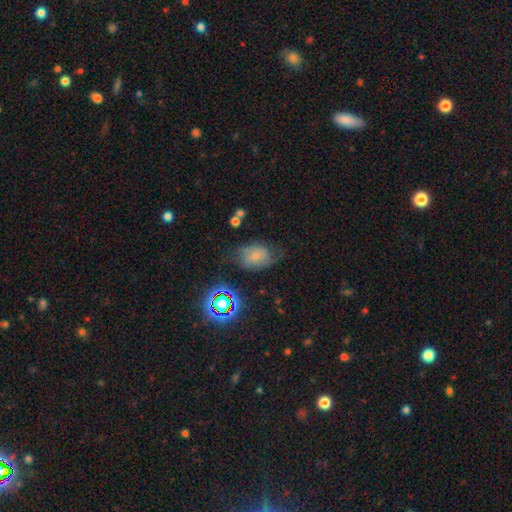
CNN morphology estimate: smooth-or-featured: smooth: 47% | featured or disk: 36% | star or artifact: 17%
  merging: none: 46% | minor disturbance: 31% | major disturbance: 20% | merger: 3%